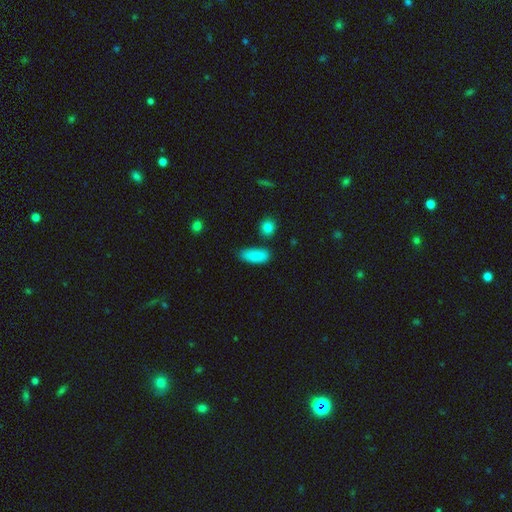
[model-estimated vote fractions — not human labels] A smooth galaxy with no disk features (87%) that is in between round and cigar-shaped (77%).

Vote fractions:
- Smooth or featured? smooth: 87% / star or artifact: 8% / featured or disk: 5%
- How rounded? in between: 77% / cigar-shaped: 20% / round: 4%
- Merging? none: 71% / minor disturbance: 19% / merger: 5% / major disturbance: 4%